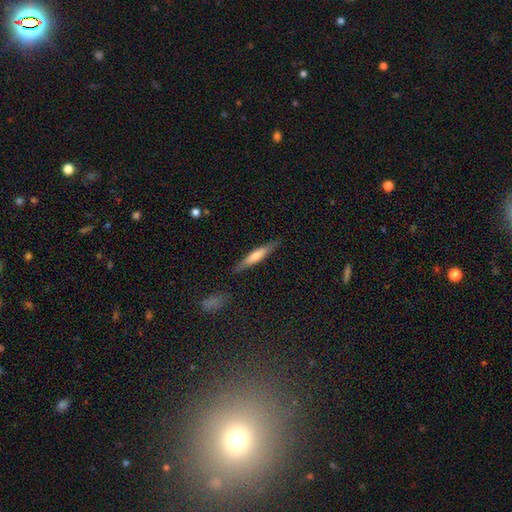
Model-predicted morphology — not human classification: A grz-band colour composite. It shows a smooth galaxy with no disk features (58%) that is cigar-shaped (89%). Merging: none (86%).